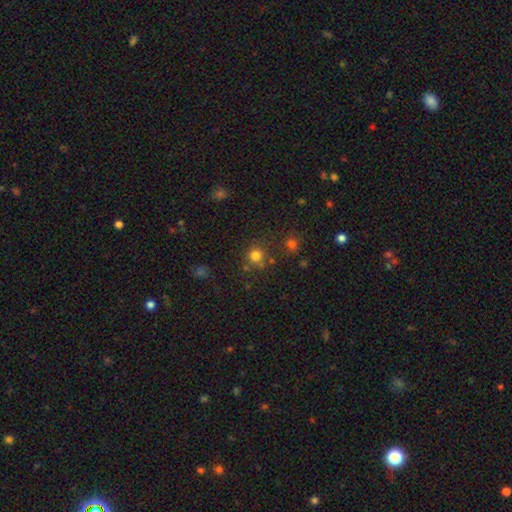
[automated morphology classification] smooth 77%, star or artifact 17%, featured or disk 6%. Down the decision tree: how rounded — round (91%); merging — none (73%).